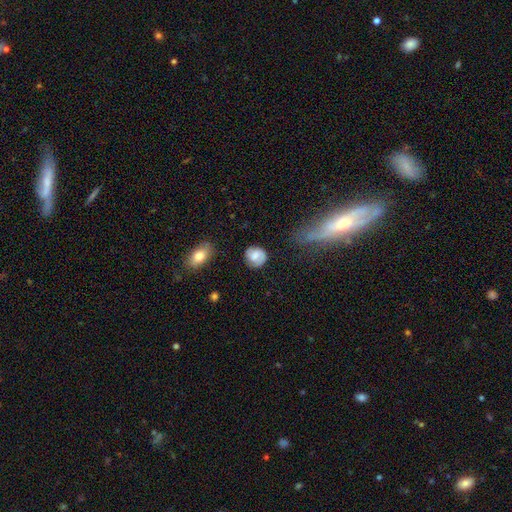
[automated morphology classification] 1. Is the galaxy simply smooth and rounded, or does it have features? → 61% smooth, 31% featured or disk, 8% star or artifact.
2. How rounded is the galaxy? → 72% round, 27% in between, 1% cigar-shaped.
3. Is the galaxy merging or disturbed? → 74% none, 18% minor disturbance, 6% major disturbance, 3% merger.